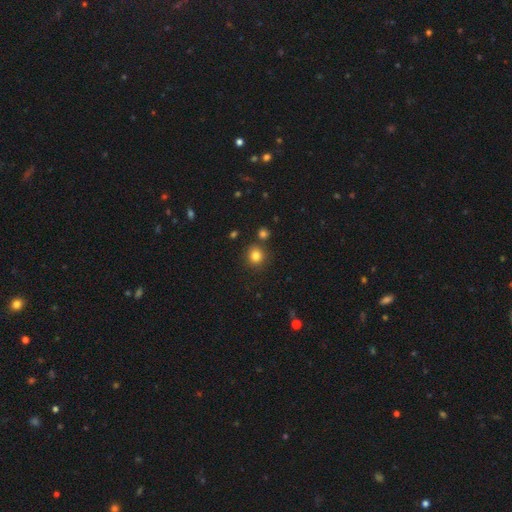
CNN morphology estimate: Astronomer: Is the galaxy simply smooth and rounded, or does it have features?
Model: smooth — 82%.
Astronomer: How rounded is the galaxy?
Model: round — 89%.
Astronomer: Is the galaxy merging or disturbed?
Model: none — 83%.